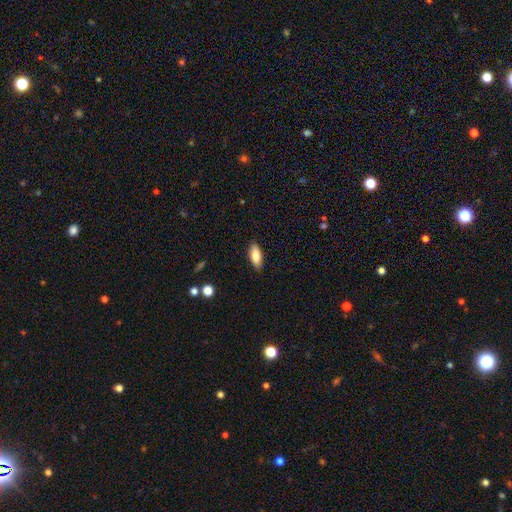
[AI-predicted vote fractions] Smooth or featured: smooth — 81% (featured or disk — 13%)
How rounded: in between — 80% (cigar-shaped — 18%)
Merging: none — 88% (minor disturbance — 9%)